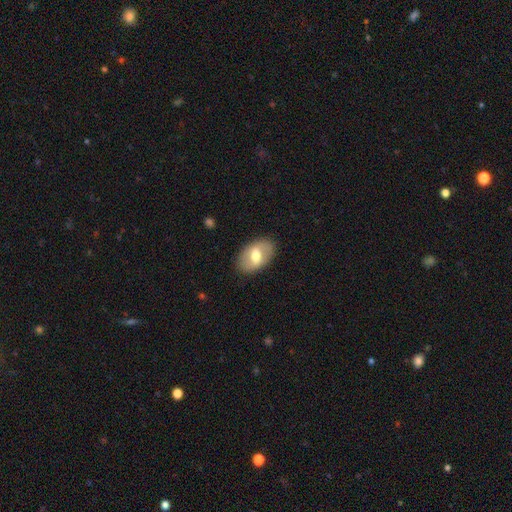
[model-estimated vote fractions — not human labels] Overall: smooth (52%; featured or disk 43%). How rounded: in between (88%). Merging: none (86%).